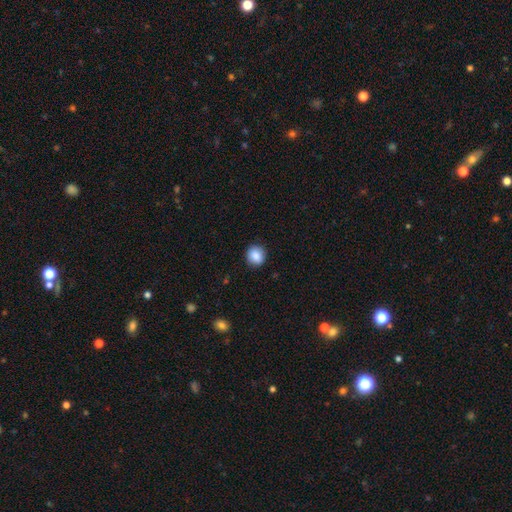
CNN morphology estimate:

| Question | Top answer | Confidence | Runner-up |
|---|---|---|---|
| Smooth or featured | smooth | 87% | star or artifact (8%) |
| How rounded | round | 84% | in between (15%) |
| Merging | none | 89% | minor disturbance (8%) |